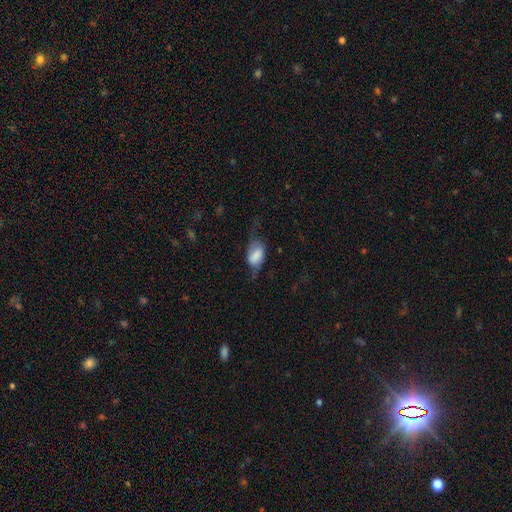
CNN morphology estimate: The model was most divided on "merging" (2-way tie): major disturbance: 36%, none: 36%, minor disturbance: 26%, merger: 3%. More confident: how rounded — in between (89%); smooth or featured — smooth (57%).